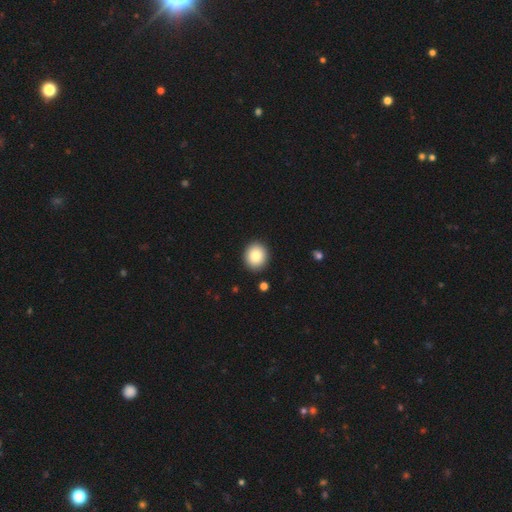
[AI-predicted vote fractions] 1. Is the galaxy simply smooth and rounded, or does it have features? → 85% smooth, 8% star or artifact, 7% featured or disk.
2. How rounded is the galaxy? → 80% round, 19% in between, 1% cigar-shaped.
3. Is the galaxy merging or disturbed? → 91% none, 6% minor disturbance, 2% major disturbance, 1% merger.